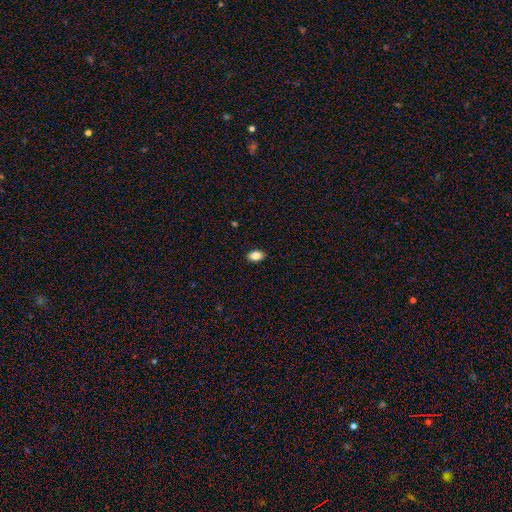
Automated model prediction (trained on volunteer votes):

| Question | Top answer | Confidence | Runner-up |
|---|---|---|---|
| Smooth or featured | smooth | 85% | star or artifact (8%) |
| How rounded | in between | 88% | round (10%) |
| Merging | none | 89% | minor disturbance (9%) |